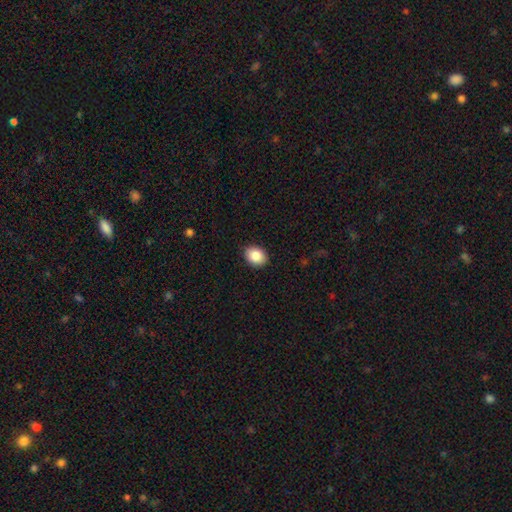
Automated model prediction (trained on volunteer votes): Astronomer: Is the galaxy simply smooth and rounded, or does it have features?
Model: smooth — 87%.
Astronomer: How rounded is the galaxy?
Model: in between — 60% (runner-up: round, 39%).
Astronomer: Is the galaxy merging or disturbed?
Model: none — 89%.